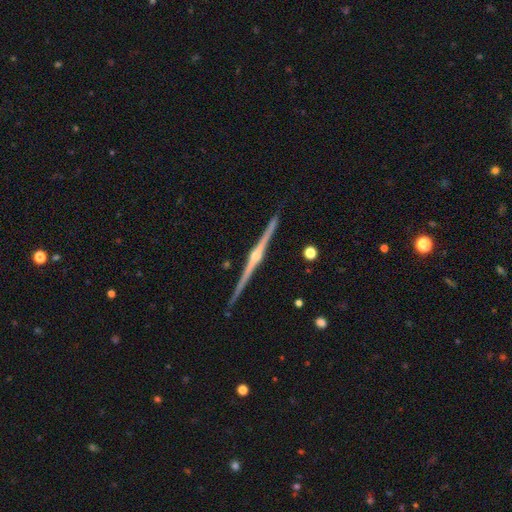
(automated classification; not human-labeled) Morphology: type=featured or disk (90%); edge-on=yes (99%); edge-on bulge=rounded (91%); merging=none (92%).